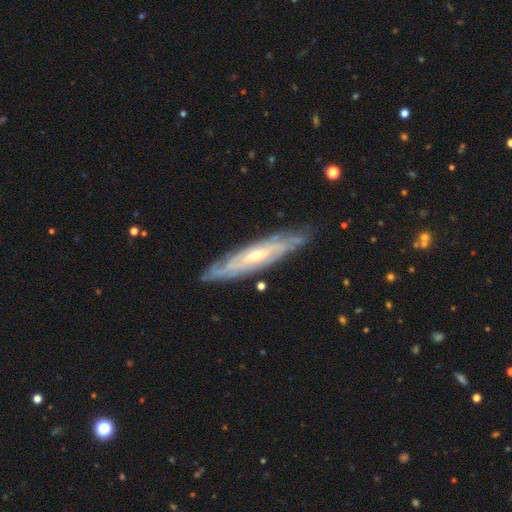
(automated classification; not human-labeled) The model was most divided on "edge-on disk": no: 59%, yes: 41%. More confident: merging — none (80%); smooth or featured — featured or disk (79%).